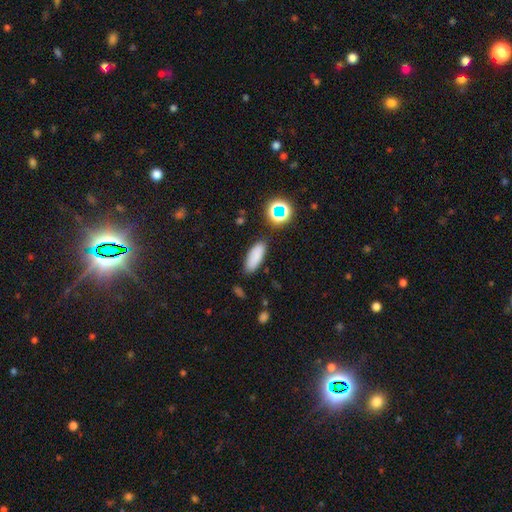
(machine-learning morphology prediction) Smooth or featured: smooth — 82% (star or artifact — 11%)
How rounded: in between — 72% (cigar-shaped — 25%)
Merging: none — 83% (minor disturbance — 11%)